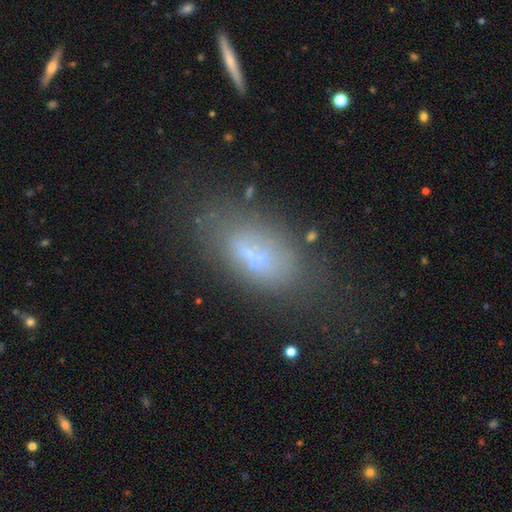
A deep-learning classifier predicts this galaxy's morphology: A smooth galaxy with no disk features (54%) that is in between round and cigar-shaped (82%).

Vote fractions:
- Smooth or featured? smooth: 54% / featured or disk: 32% / star or artifact: 15%
- How rounded? in between: 82% / cigar-shaped: 13% / round: 5%
- Merging? none: 52% / minor disturbance: 23% / major disturbance: 16% / merger: 8%